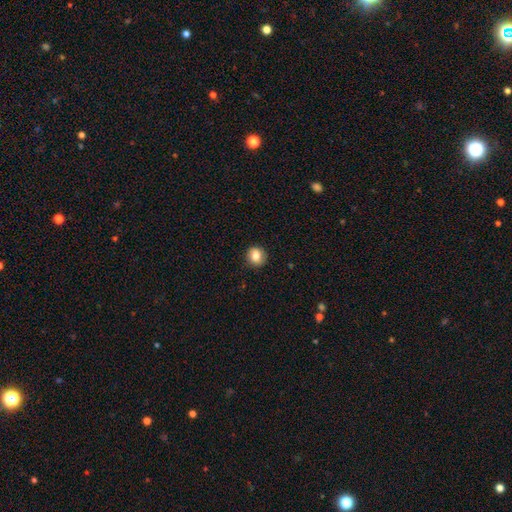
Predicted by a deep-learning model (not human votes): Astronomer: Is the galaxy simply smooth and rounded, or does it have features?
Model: smooth — 81%.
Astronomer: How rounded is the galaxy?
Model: round — 82%.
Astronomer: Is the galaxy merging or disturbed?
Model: none — 88%.